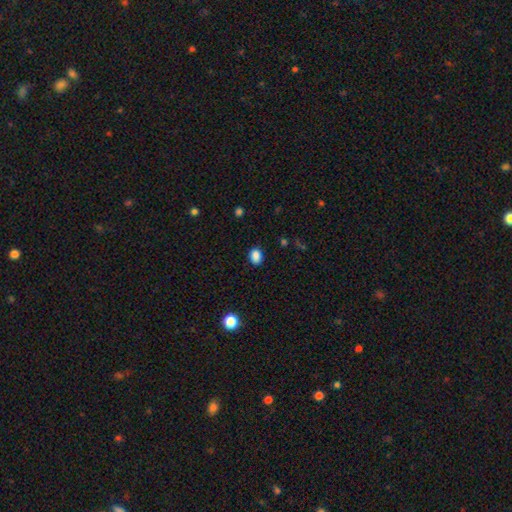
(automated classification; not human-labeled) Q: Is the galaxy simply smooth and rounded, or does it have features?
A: smooth — 86%.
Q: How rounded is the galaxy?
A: in between — 65%.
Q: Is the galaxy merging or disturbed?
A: none — 85%.